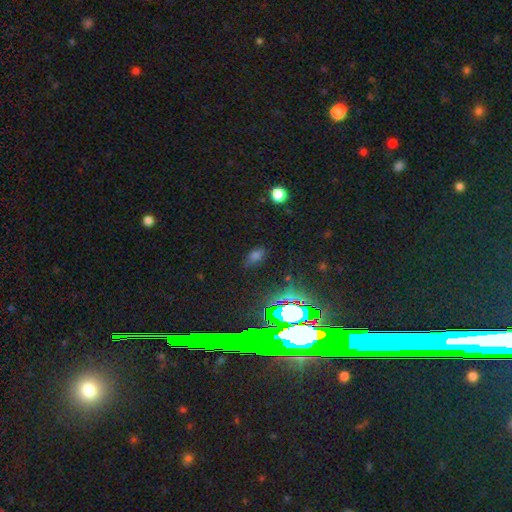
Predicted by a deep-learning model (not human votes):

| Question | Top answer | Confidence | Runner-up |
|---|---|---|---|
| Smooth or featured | smooth | 46% | star or artifact (42%) |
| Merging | none | 79% | minor disturbance (13%) |